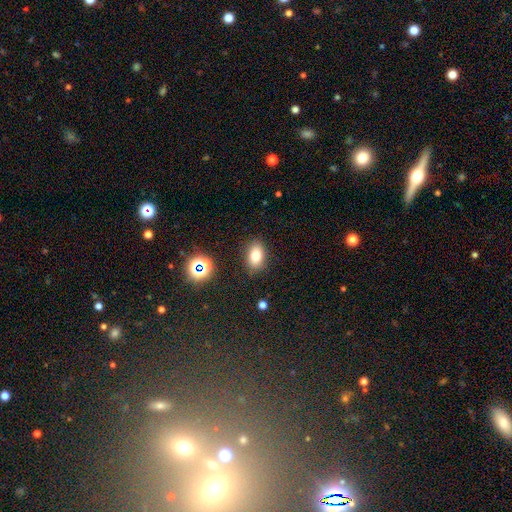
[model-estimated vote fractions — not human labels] Morphology: type=smooth (77%); roundness=in between (84%); merging=none (85%).